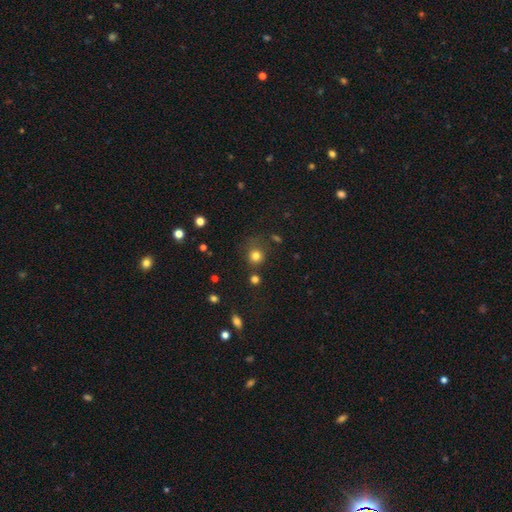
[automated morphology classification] The model was most divided on "merging": none: 72%, minor disturbance: 15%, major disturbance: 7%, merger: 7%. More confident: how rounded — round (88%); smooth or featured — smooth (78%).